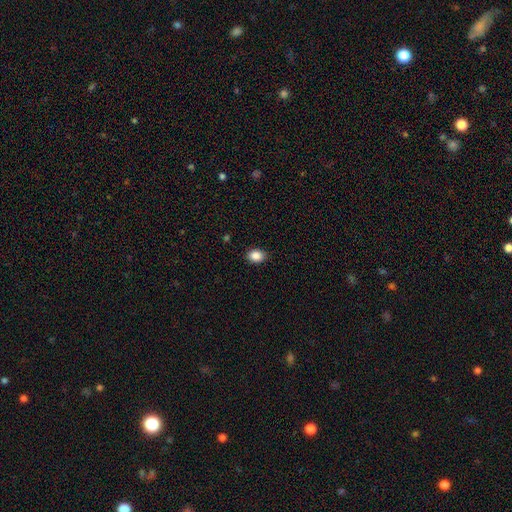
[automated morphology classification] smooth-or-featured: smooth: 88% | star or artifact: 9% | featured or disk: 3%
  how-rounded: in between: 62% | round: 37% | cigar-shaped: 1%
  merging: none: 89% | minor disturbance: 8% | major disturbance: 2% | merger: 1%